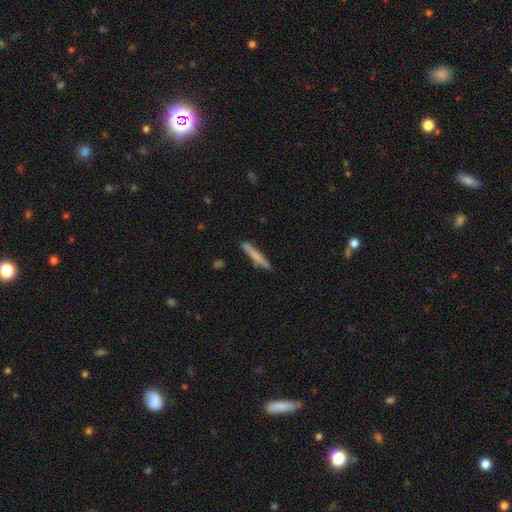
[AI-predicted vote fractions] smooth_or_featured: smooth (p=0.69) [alt: featured or disk p=0.25]
how_rounded: cigar-shaped (p=0.95) [alt: in between p=0.03]
merging: none (p=0.87) [alt: minor disturbance p=0.10]